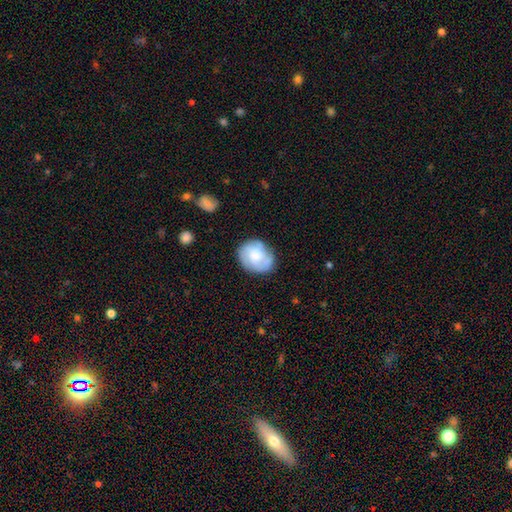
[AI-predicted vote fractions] Smooth or featured: smooth — 51% (featured or disk — 41%)
How rounded: round — 55% (in between — 44%)
Merging: none — 68% (minor disturbance — 23%)